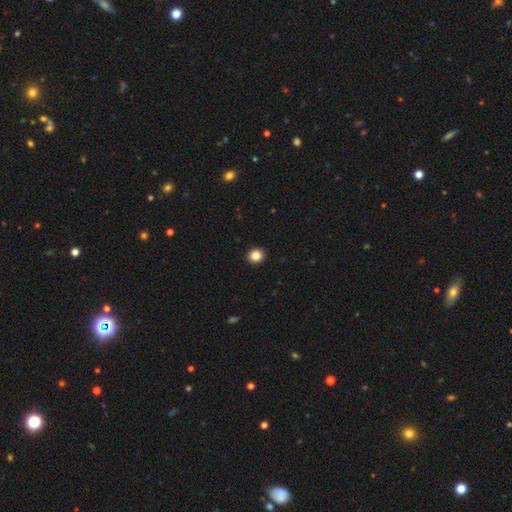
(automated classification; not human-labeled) This is clearly a smooth galaxy (85%). How rounded: clearly round (90%). Merging: clearly none (93%).